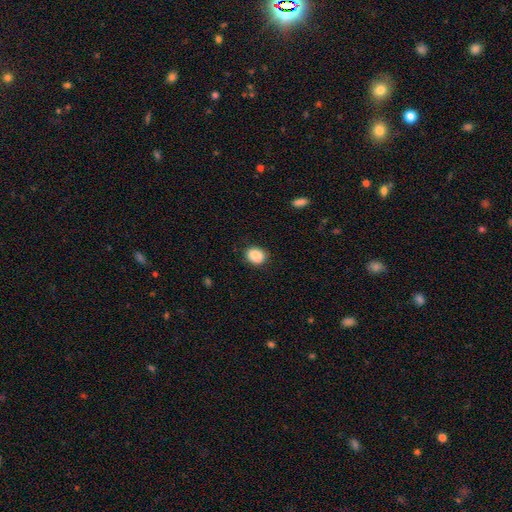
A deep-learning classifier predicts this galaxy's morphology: Q: Smooth or featured?
A: smooth (88%); runner-up: star or artifact (8%)
Q: How rounded?
A: round (53%); runner-up: in between (46%)
Q: Merging?
A: none (84%); runner-up: minor disturbance (12%)